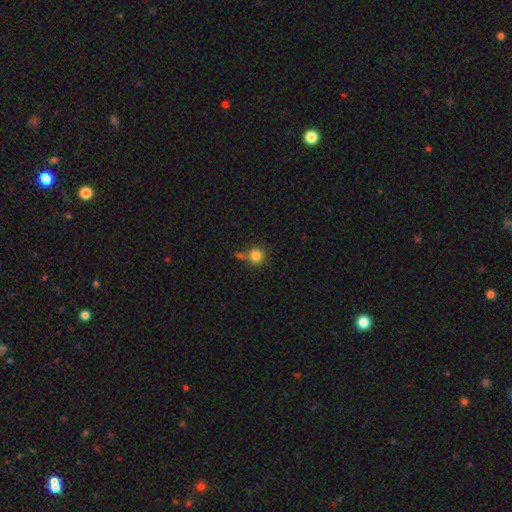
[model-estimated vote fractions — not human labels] smooth_or_featured: smooth (p=0.83) [alt: star or artifact p=0.11]
how_rounded: round (p=0.92) [alt: in between p=0.07]
merging: none (p=0.66) [alt: merger p=0.20]